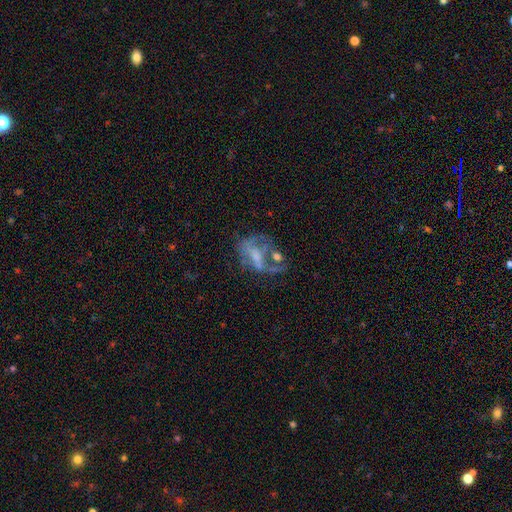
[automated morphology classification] Smooth or featured: featured or disk — 60% (smooth — 26%)
Edge-on disk: no — 96% (yes — 4%)
Bar: no — 58% (weak — 29%)
Spiral arms: no — 66% (yes — 34%)
Bulge size: none — 36% (moderate — 29%)
Merging: major disturbance — 38% (none — 26%)